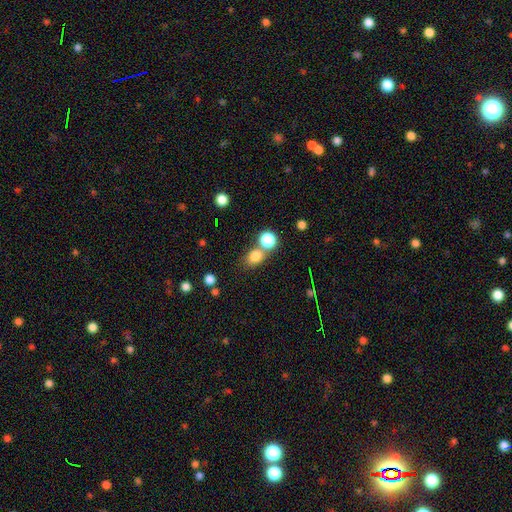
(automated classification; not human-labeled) A smooth galaxy with no disk features (79%) that is in between round and cigar-shaped (50%). Merging: none (56%).